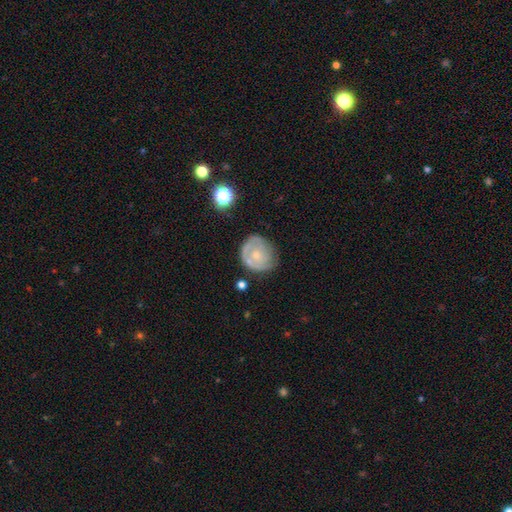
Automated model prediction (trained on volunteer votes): A featured or disk galaxy (52%) with no bar (82%), spiral arms (58%) and a small central bulge (56%).

Vote fractions:
- Smooth or featured? featured or disk: 52% / smooth: 40% / star or artifact: 7%
- Edge-on disk? no: 97% / yes: 3%
- Bar? no: 82% / weak: 16% / strong: 3%
- Spiral arms? yes: 58% / no: 42%
- Bulge size? small: 56% / moderate: 32% / none: 8% / large: 2% / dominant: 1%
- Merging? none: 61% / minor disturbance: 25% / major disturbance: 11% / merger: 3%